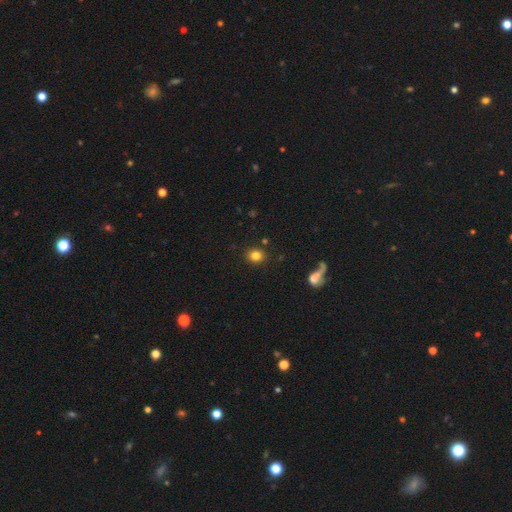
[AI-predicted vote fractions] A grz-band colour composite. It shows a smooth galaxy with no disk features (83%) that is round (77%). Merging: none (88%).